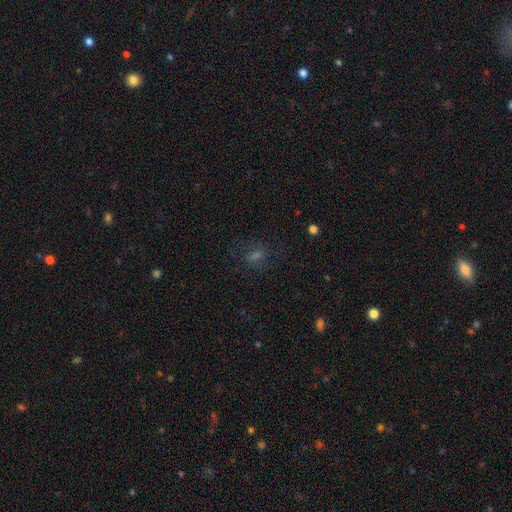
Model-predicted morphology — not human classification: smooth_or_featured: smooth (p=0.43) [alt: star or artifact p=0.33]
merging: none (p=0.71) [alt: minor disturbance p=0.15]